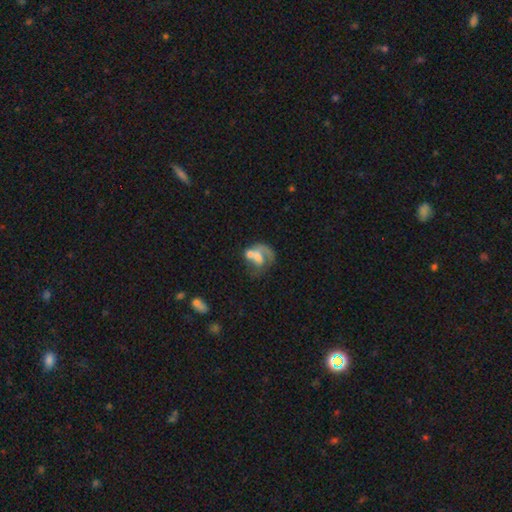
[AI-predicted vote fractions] Morphology: type=featured or disk (58%); edge-on=no (98%); bar=no (71%); spiral arms=yes (59%); bulge=moderate (35%); merging=merger (35%).